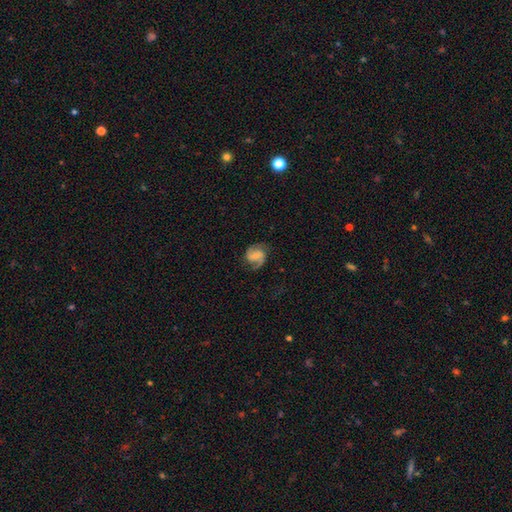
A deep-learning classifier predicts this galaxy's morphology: A featured or disk galaxy (75%) with a weak bar (47%), 2 (88%) medium (51%) spiral arms (96%) and a small central bulge (44%). Merging: none (73%).